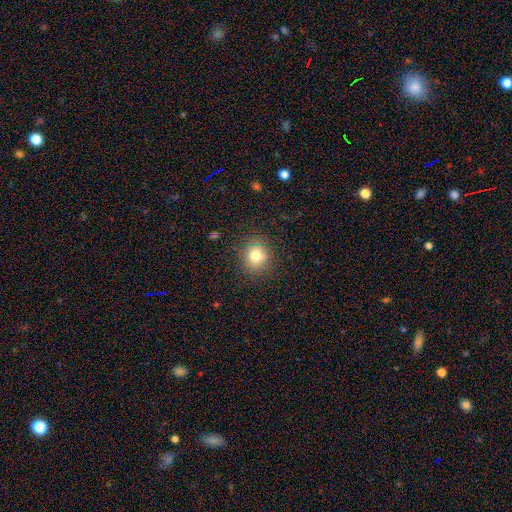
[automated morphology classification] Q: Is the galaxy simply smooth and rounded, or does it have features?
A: smooth — 77%.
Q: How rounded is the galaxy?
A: round — 79%.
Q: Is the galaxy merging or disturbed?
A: none — 84%.